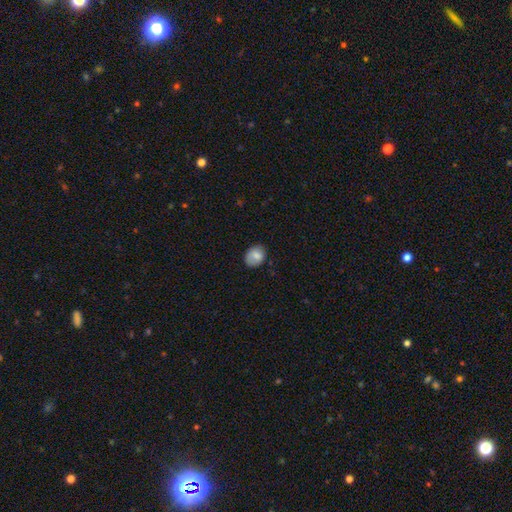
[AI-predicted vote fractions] A smooth galaxy with no disk features (81%) that is in between round and cigar-shaped (57%). Merging: none (74%).